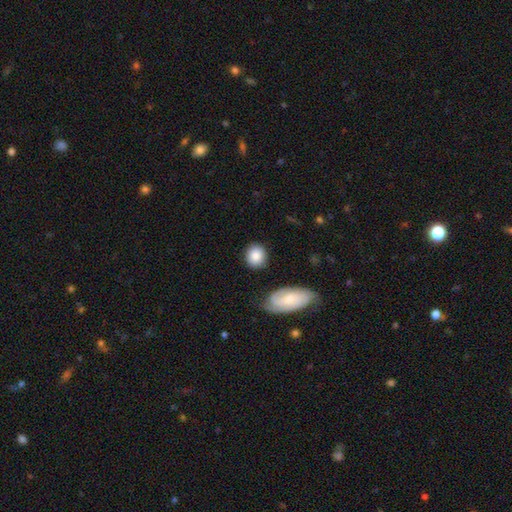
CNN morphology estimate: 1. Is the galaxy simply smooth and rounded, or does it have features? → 83% smooth, 11% featured or disk, 6% star or artifact.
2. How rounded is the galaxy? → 73% round, 26% in between, 1% cigar-shaped.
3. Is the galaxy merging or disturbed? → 81% none, 11% minor disturbance, 4% merger, 4% major disturbance.